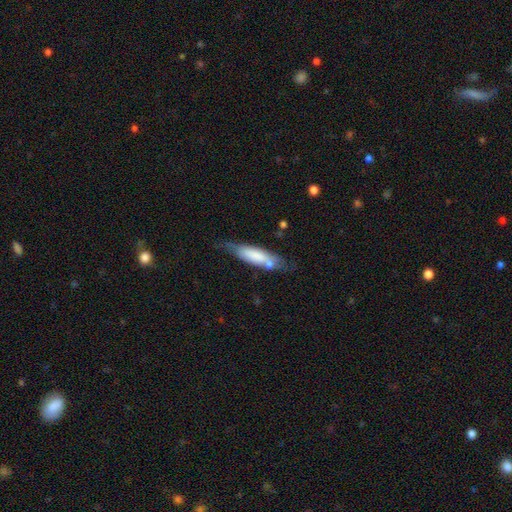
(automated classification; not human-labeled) The model was most divided on "how rounded": cigar-shaped: 54%, in between: 45%, round: 2%. More confident: smooth or featured — smooth (66%); merging — none (54%).